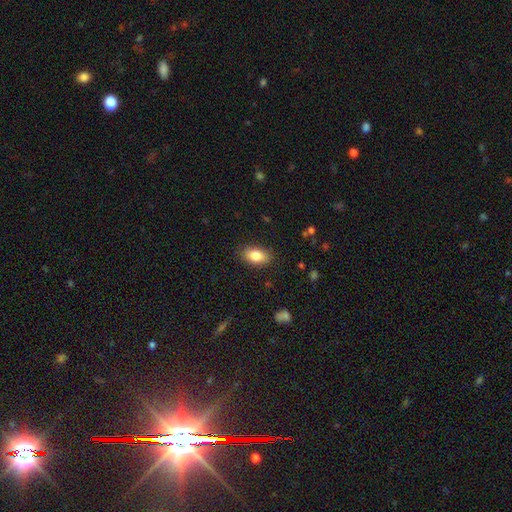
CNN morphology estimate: Smooth or featured: smooth — 84% (featured or disk — 9%)
How rounded: in between — 90% (round — 7%)
Merging: none — 86% (minor disturbance — 10%)